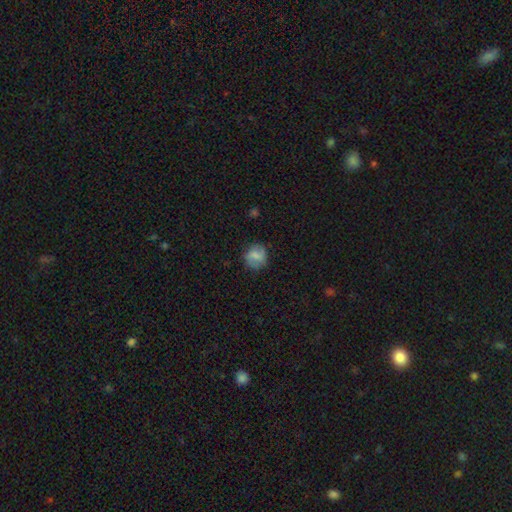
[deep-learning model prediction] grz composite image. It shows a smooth galaxy with no disk features (63%) that is round (78%). Merging: none (73%).